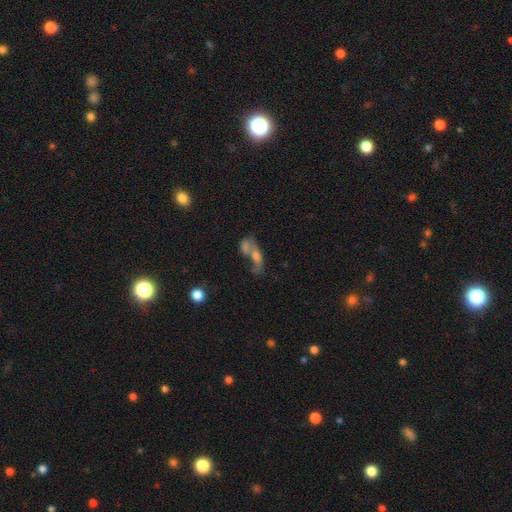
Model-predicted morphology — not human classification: Smooth or featured? smooth (40%)
Merging? merger (58%)